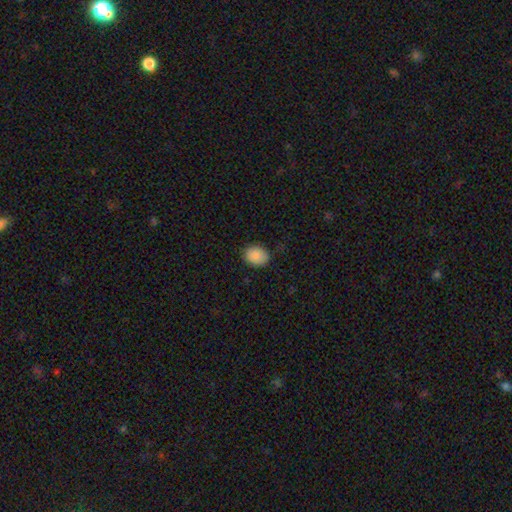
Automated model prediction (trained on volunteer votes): smooth-or-featured: smooth: 88% | star or artifact: 8% | featured or disk: 4%
  how-rounded: in between: 56% | round: 43% | cigar-shaped: 1%
  merging: none: 84% | minor disturbance: 13% | major disturbance: 3% | merger: 1%